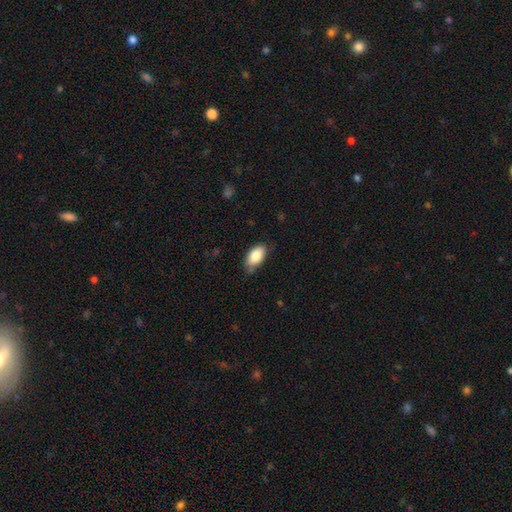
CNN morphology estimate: Smooth or featured?
  - smooth: 85% *
  - featured or disk: 8%
  - star or artifact: 7%
How rounded?
  - in between: 93% *
  - round: 4%
  - cigar-shaped: 2%
Merging?
  - none: 68% *
  - minor disturbance: 26%
  - major disturbance: 4%
  - merger: 1%